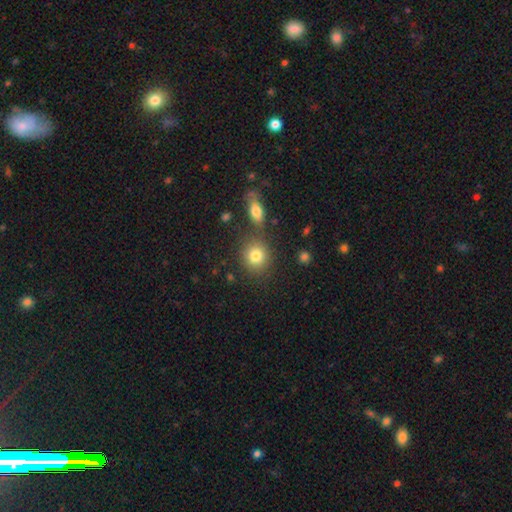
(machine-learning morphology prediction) The model was most divided on "merging": none: 73%, merger: 14%, minor disturbance: 9%, major disturbance: 4%. More confident: smooth or featured — smooth (82%); how rounded — round (81%).